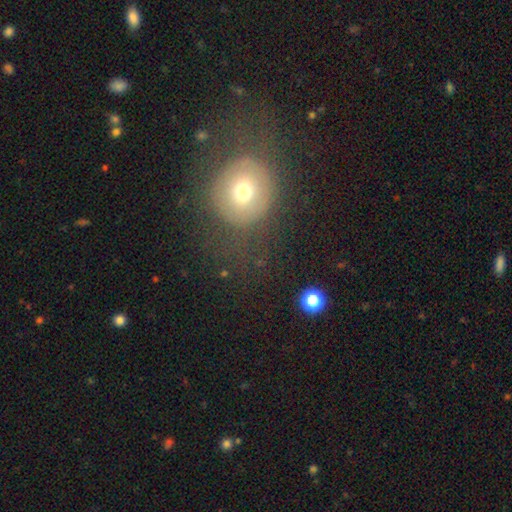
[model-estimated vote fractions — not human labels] Smooth or featured? Predicted: smooth (p=0.55). How rounded? Predicted: round (p=0.77). Merging? Predicted: none (p=0.75).